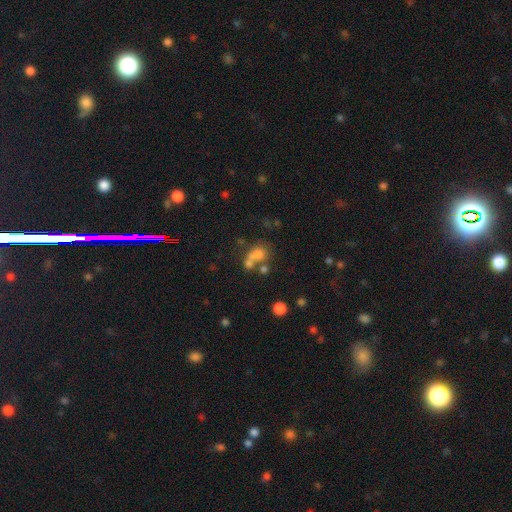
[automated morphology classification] A smooth galaxy with no disk features (63%) that is round (53%). Merging: merger (49%).